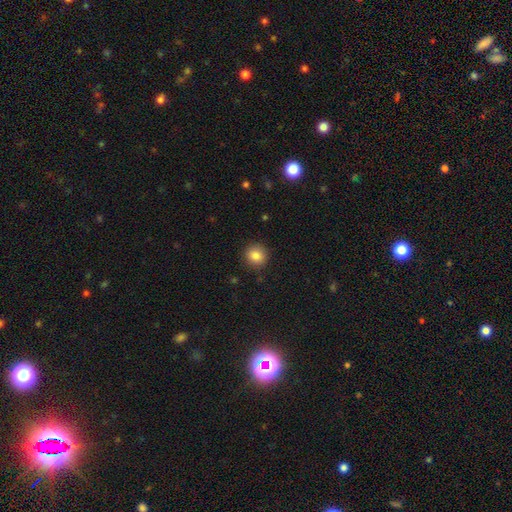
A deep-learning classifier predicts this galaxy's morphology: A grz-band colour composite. It shows a smooth galaxy with no disk features (85%) that is round (90%). Merging: none (90%).